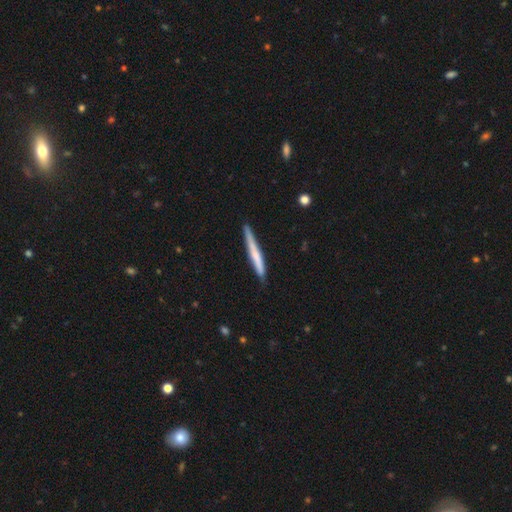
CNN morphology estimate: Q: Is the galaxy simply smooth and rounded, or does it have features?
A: smooth — 54%.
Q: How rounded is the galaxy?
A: cigar-shaped — 96%.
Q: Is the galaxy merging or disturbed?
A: none — 82%.